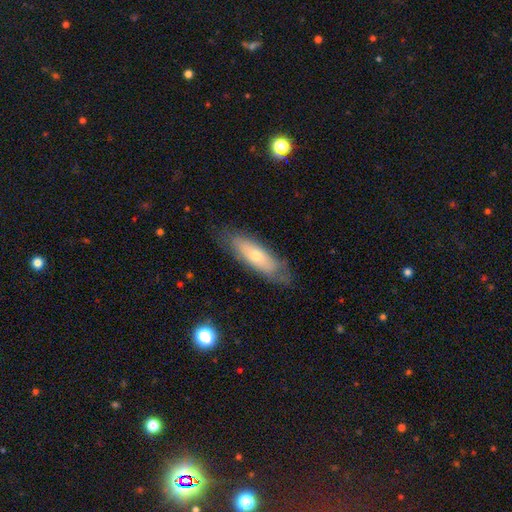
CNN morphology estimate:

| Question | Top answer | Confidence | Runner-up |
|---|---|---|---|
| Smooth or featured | smooth | 55% | featured or disk (38%) |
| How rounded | cigar-shaped | 49% | tied: in between (49%) |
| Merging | none | 75% | minor disturbance (18%) |